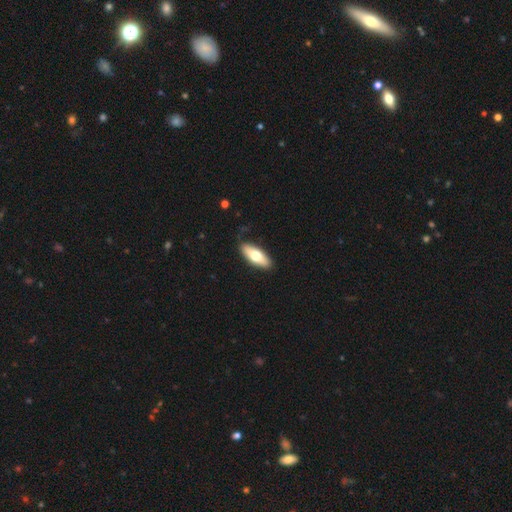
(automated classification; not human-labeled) The model was most divided on "smooth or featured": smooth: 65%, featured or disk: 29%, star or artifact: 5%. More confident: merging — none (84%); how rounded — in between (75%).